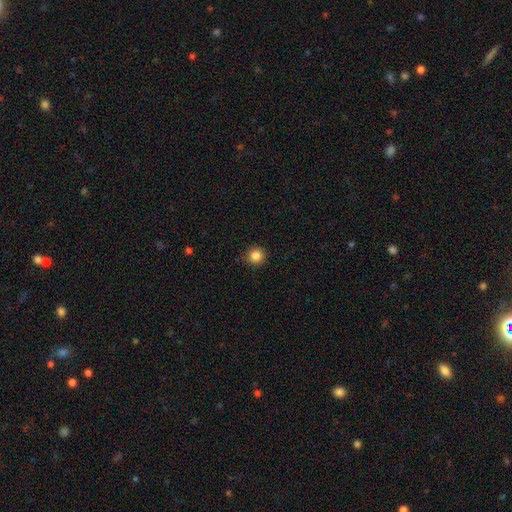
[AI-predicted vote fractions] The model was most divided on "smooth or featured": smooth: 85%, star or artifact: 11%, featured or disk: 4%. More confident: how rounded — round (94%); merging — none (88%).